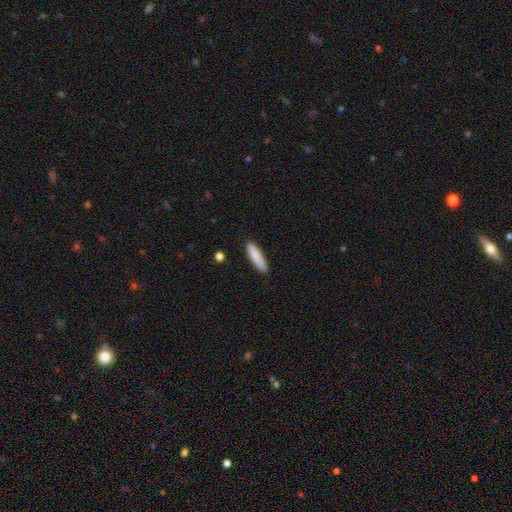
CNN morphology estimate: Overall: smooth (86%). How rounded: cigar-shaped (76%). Merging: none (88%).